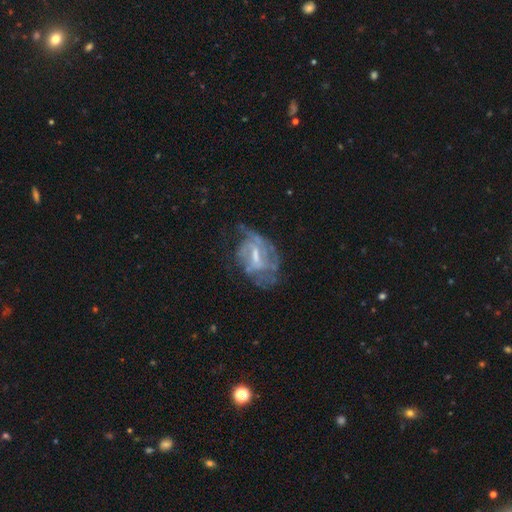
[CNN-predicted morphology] smooth-or-featured: featured or disk: 77% | smooth: 15% | star or artifact: 8%
  disk-edge-on: no: 96% | yes: 4%
    bar: weak: 53% | strong: 25% | no: 22%
    has-spiral-arms: yes: 72% | no: 28%
      spiral-winding: medium: 40% | tight: 39% | loose: 21%
      spiral-arm-count: can't tell: 45% | 2: 28% | 3: 12% | 1: 8% | 4: 5% | more than 4: 3%
    bulge-size: small: 40% | moderate: 38% | none: 18% | large: 3% | dominant: 1%
  merging: none: 43% | major disturbance: 29% | minor disturbance: 25% | merger: 3%